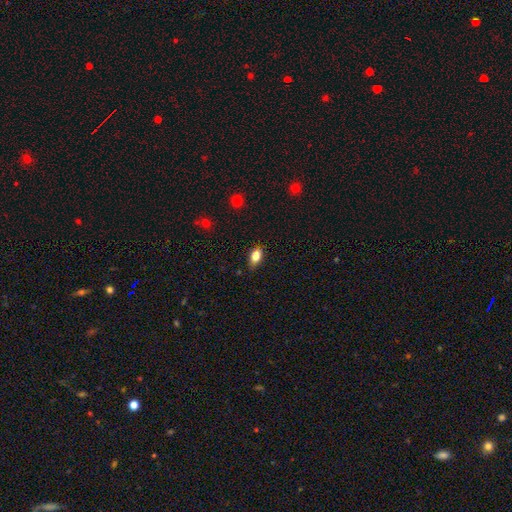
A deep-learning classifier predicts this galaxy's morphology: A smooth galaxy with no disk features (79%) that is in between round and cigar-shaped (86%). Merging: none (81%).